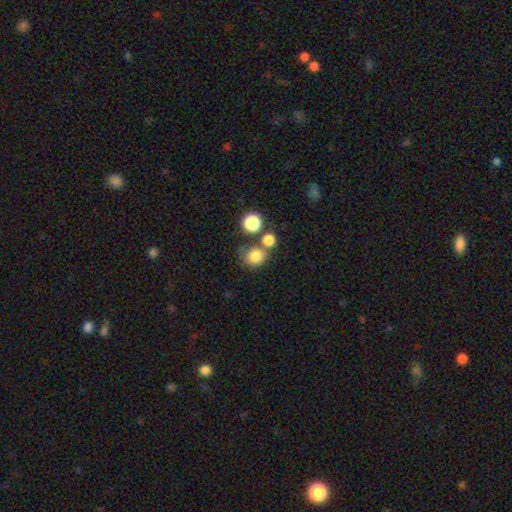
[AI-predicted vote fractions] This appears to be a smooth galaxy with no disk features (80%) that is round (83%). Merging: none (55%).